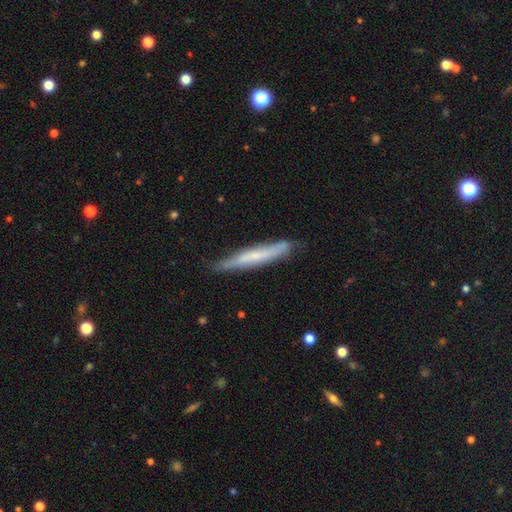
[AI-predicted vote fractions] smooth 47% (tied), featured or disk 47% (tied), star or artifact 6%. Down the decision tree: merging — none (77%).